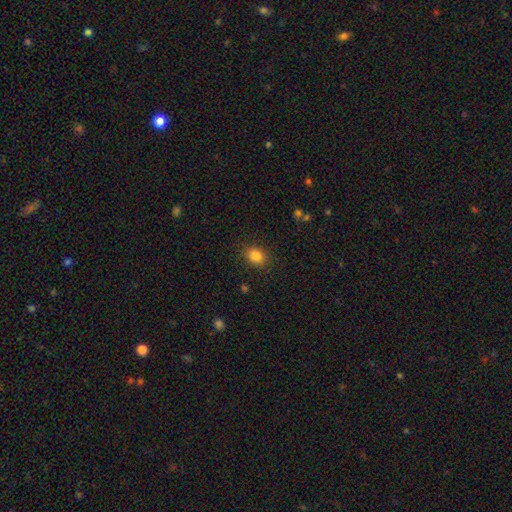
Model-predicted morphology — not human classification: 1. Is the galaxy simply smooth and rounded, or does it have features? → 85% smooth, 11% star or artifact, 5% featured or disk.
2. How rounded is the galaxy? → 52% round, 47% in between, 1% cigar-shaped.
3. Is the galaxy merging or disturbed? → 87% none, 9% minor disturbance, 3% major disturbance, 1% merger.